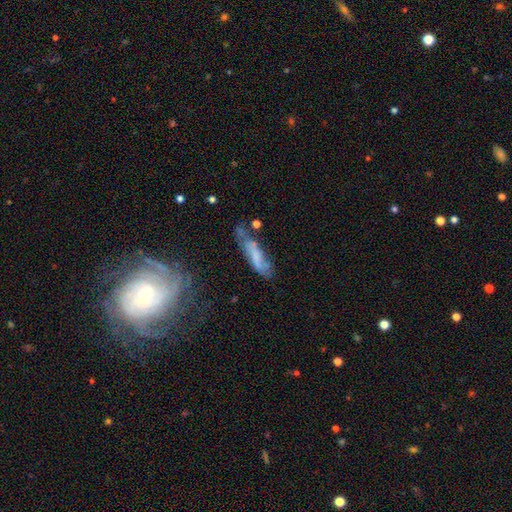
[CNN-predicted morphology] Smooth or featured: smooth — 47% (featured or disk — 44%)
Merging: none — 51% (minor disturbance — 28%)